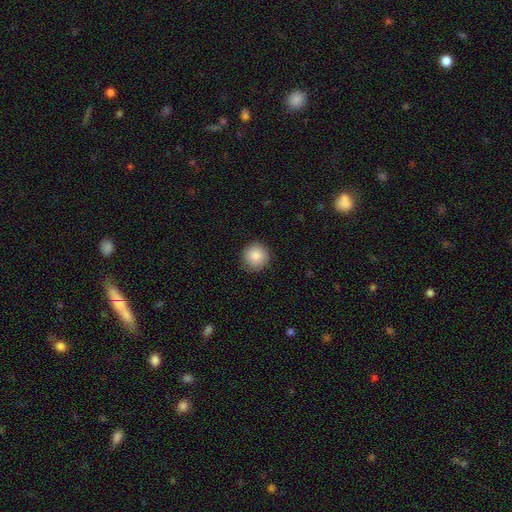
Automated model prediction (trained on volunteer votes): This is clearly a smooth galaxy (88%). How rounded: clearly round (95%). Merging: clearly none (90%).